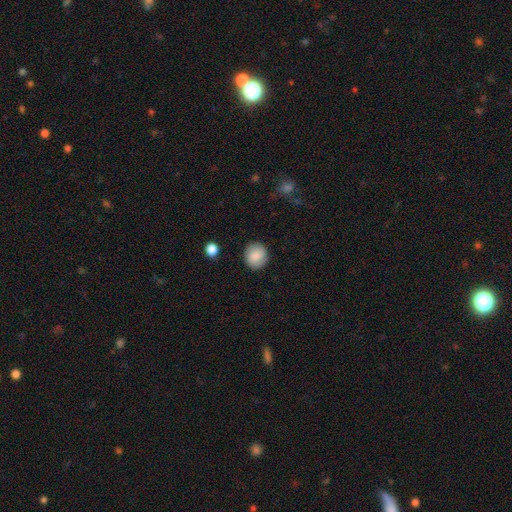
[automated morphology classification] smooth-or-featured: smooth: 84% | featured or disk: 8% | star or artifact: 7%
  how-rounded: round: 87% | in between: 12% | cigar-shaped: 1%
  merging: none: 90% | minor disturbance: 7% | major disturbance: 2% | merger: 1%